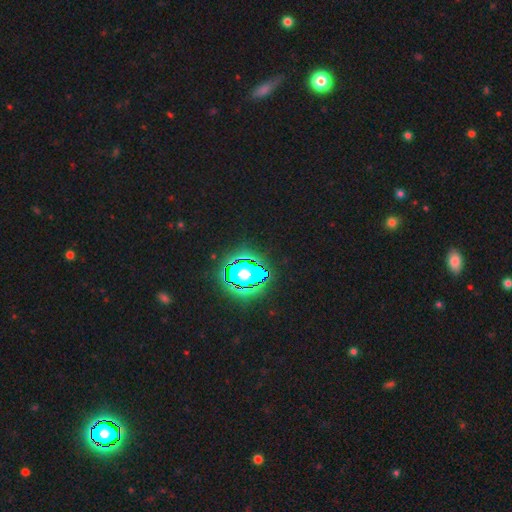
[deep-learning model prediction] Morphology: type=star or artifact (82%).